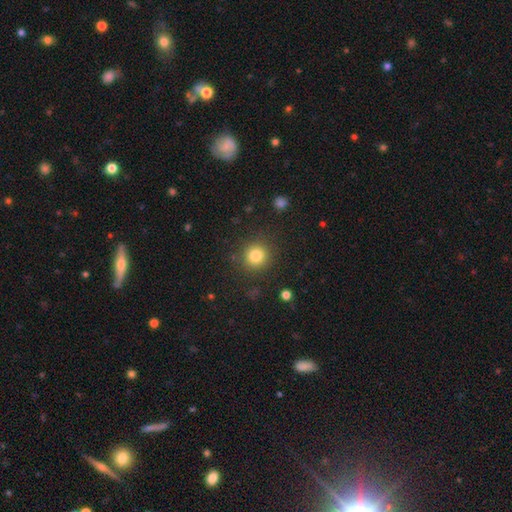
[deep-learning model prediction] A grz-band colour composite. It shows a smooth galaxy with no disk features (83%) that is round (91%). Merging: none (87%).